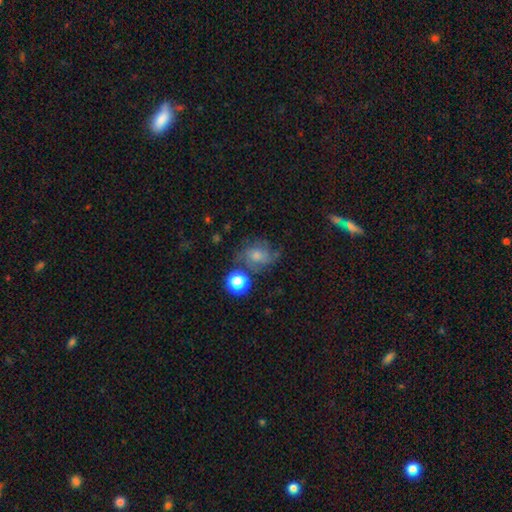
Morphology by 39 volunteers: This appears to be a featured or disk galaxy (69%) with no bar (67%), 4 (35%) medium (42%) spiral arms (96%) and a moderate central bulge (52%). Merging: none (69%).